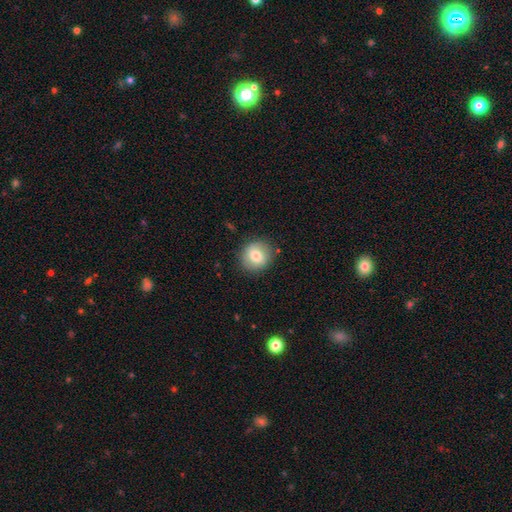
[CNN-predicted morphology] type=smooth (77%); roundness=round (85%); merging=none (85%).